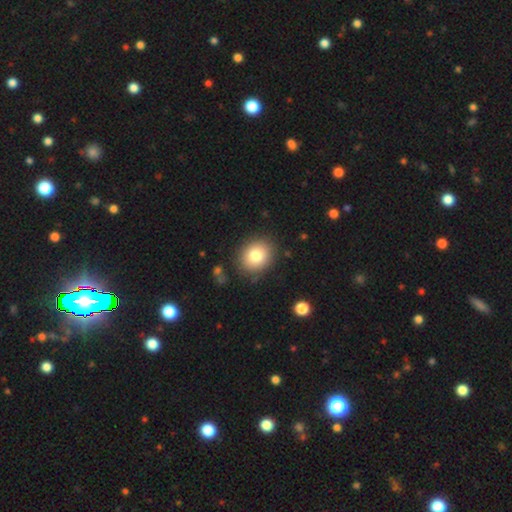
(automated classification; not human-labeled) Q: Smooth or featured?
A: smooth (79%); runner-up: featured or disk (11%)
Q: How rounded?
A: round (67%); runner-up: in between (32%)
Q: Merging?
A: none (85%); runner-up: minor disturbance (9%)